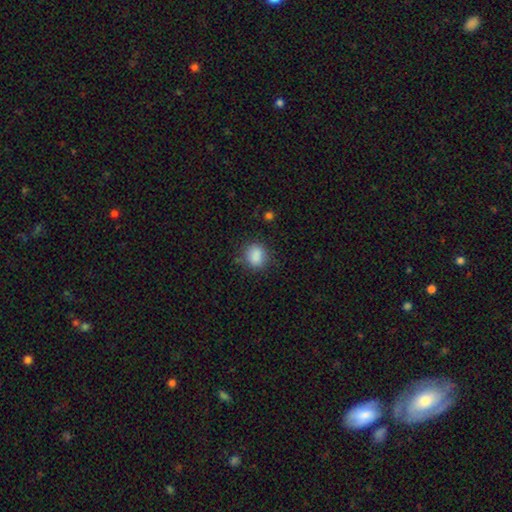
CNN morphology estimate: Smooth or featured: smooth — 86% (star or artifact — 9%)
How rounded: round — 62% (in between — 37%)
Merging: none — 77% (minor disturbance — 16%)